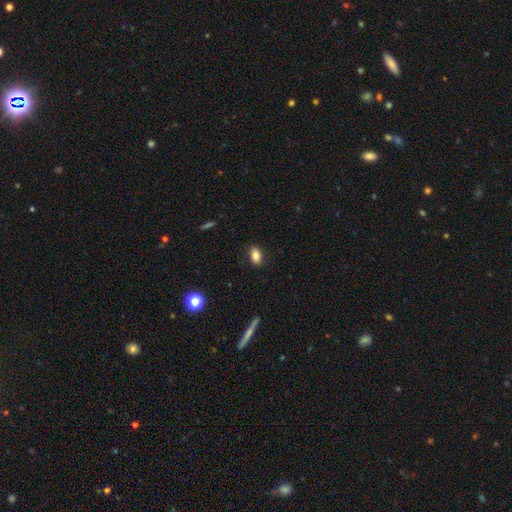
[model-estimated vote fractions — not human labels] Smooth or featured? smooth (81%)
How rounded? in between (85%)
Merging? none (86%)